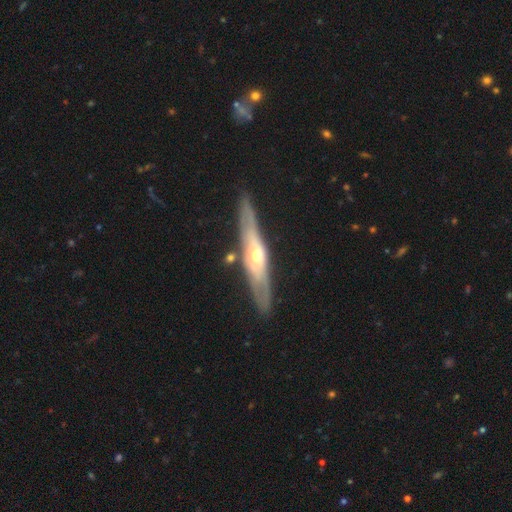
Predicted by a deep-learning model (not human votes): featured or disk 76%, smooth 19%, star or artifact 6%. Down the decision tree: edge-on disk — yes (79%); edge-on bulge — rounded (79%); merging — none (83%).